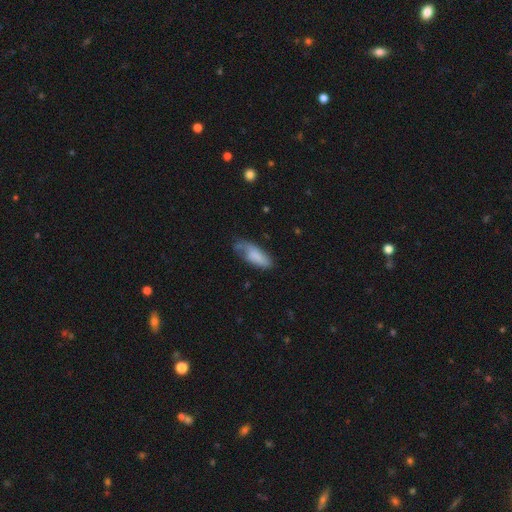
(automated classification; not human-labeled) This appears to be a smooth galaxy with no disk features (75%) that is in between round and cigar-shaped (75%). Merging: none (42%).